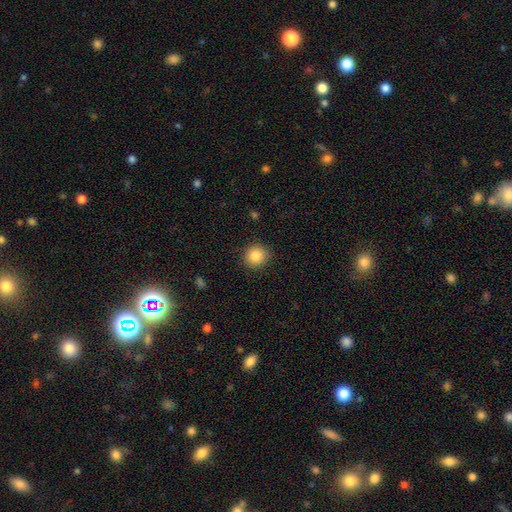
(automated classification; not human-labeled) Q: Smooth or featured?
A: smooth (86%); runner-up: star or artifact (9%)
Q: How rounded?
A: round (87%); runner-up: in between (12%)
Q: Merging?
A: none (89%); runner-up: minor disturbance (7%)